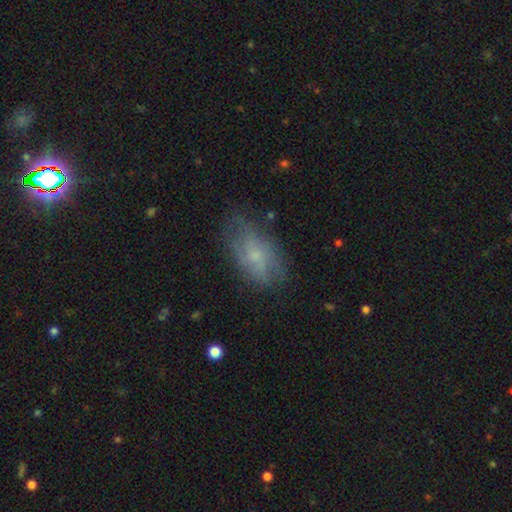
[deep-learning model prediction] The model was most divided on "smooth or featured": smooth: 53%, featured or disk: 38%, star or artifact: 8%. More confident: how rounded — in between (90%); merging — none (63%).